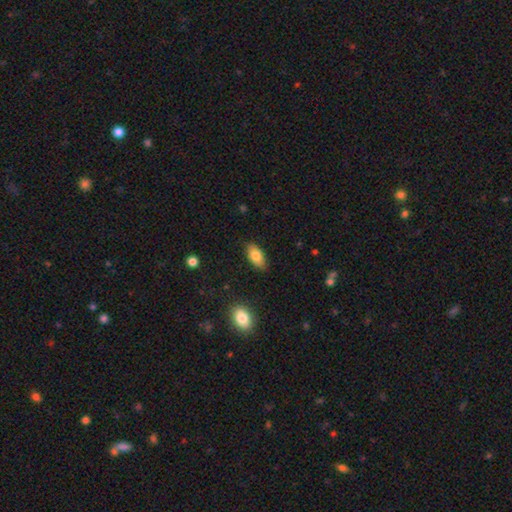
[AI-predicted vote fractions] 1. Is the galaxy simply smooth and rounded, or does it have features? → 80% smooth, 13% featured or disk, 7% star or artifact.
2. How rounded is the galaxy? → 92% in between, 5% cigar-shaped, 3% round.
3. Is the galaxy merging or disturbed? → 86% none, 11% minor disturbance, 2% major disturbance, 1% merger.